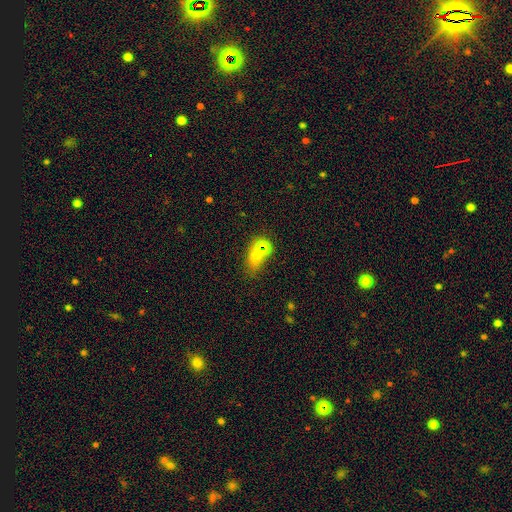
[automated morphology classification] Q: Smooth or featured?
A: smooth (58%); runner-up: star or artifact (29%)
Q: How rounded?
A: in between (64%); runner-up: round (33%)
Q: Merging?
A: none (60%); runner-up: merger (22%)